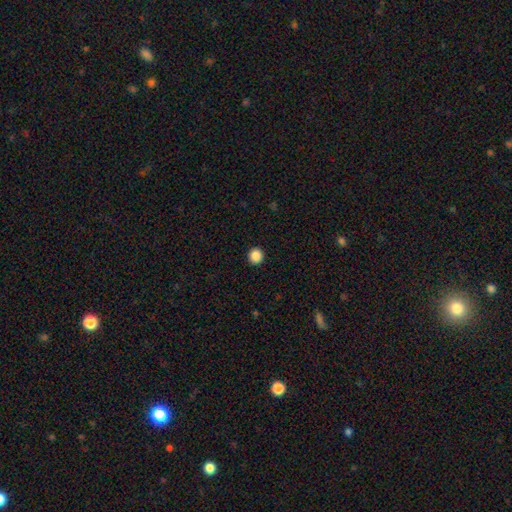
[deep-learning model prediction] smooth-or-featured: smooth: 87% | star or artifact: 10% | featured or disk: 3%
  how-rounded: round: 92% | in between: 7% | cigar-shaped: 1%
  merging: none: 93% | minor disturbance: 4% | major disturbance: 2% | merger: 1%